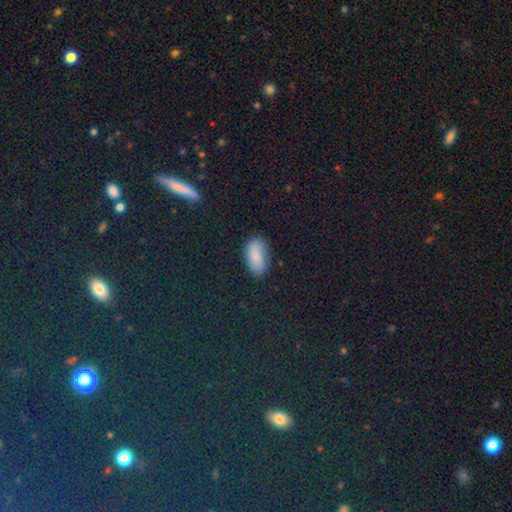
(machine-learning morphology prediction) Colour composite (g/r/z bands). It shows a smooth galaxy with no disk features (81%) that is in between round and cigar-shaped (93%). Merging: none (75%).